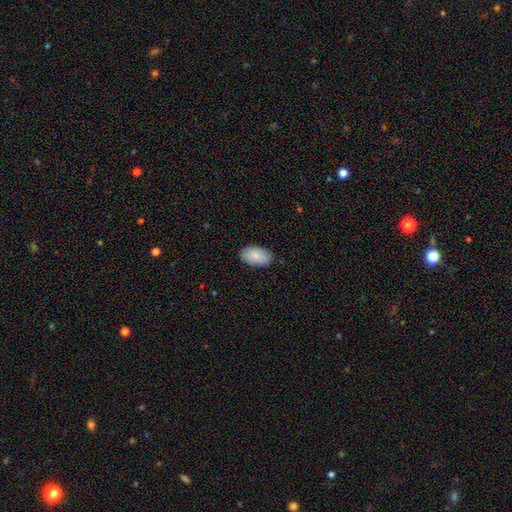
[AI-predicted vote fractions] Q: Smooth or featured?
A: smooth (87%); runner-up: featured or disk (7%)
Q: How rounded?
A: in between (95%); runner-up: round (4%)
Q: Merging?
A: none (86%); runner-up: minor disturbance (11%)